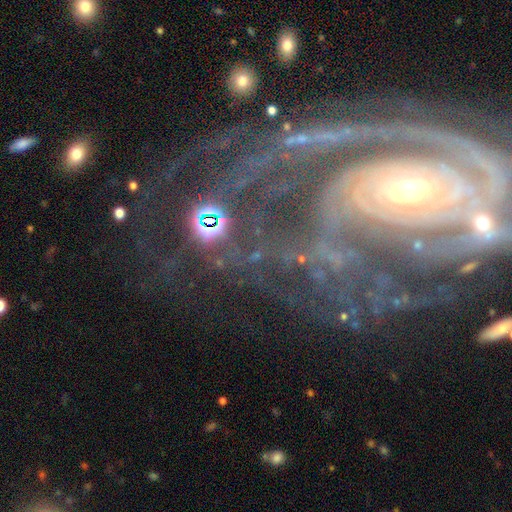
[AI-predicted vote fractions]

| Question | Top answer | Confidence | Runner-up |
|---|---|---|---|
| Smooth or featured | featured or disk | 81% | star or artifact (12%) |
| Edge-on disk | no | 96% | yes (4%) |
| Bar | no | 47% | weak (27%) |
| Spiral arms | yes | 94% | no (6%) |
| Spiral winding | tight | 67% | medium (25%) |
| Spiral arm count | can't tell | 27% | 2 (18%) |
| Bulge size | small | 51% | moderate (37%) |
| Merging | none | 61% | major disturbance (18%) |